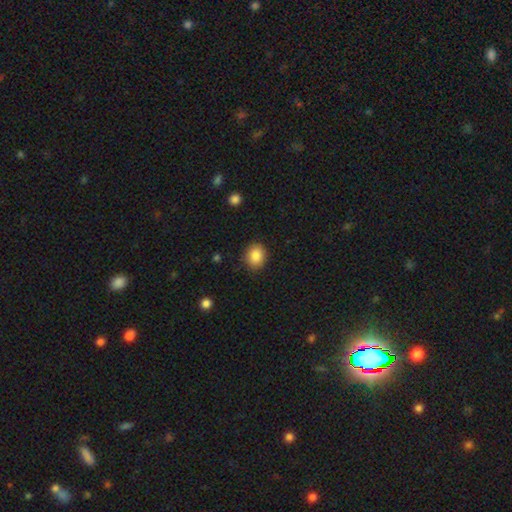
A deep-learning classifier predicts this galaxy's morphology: The model was most divided on "how rounded": round: 66%, in between: 34%, cigar-shaped: 1%. More confident: merging — none (89%); smooth or featured — smooth (86%).